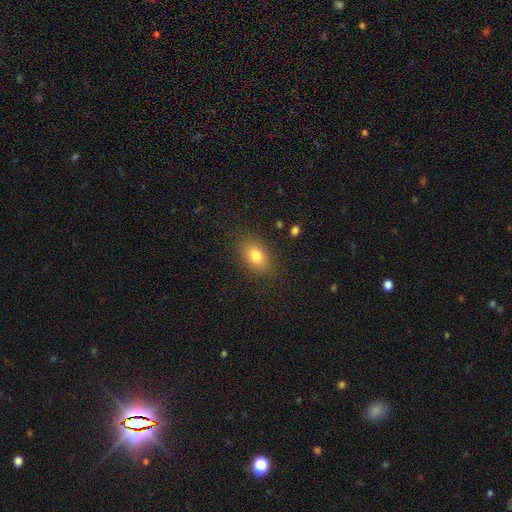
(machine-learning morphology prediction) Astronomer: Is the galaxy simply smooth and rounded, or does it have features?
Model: smooth — 78%.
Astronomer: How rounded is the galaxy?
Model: in between — 80%.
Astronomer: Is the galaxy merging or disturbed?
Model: none — 84%.